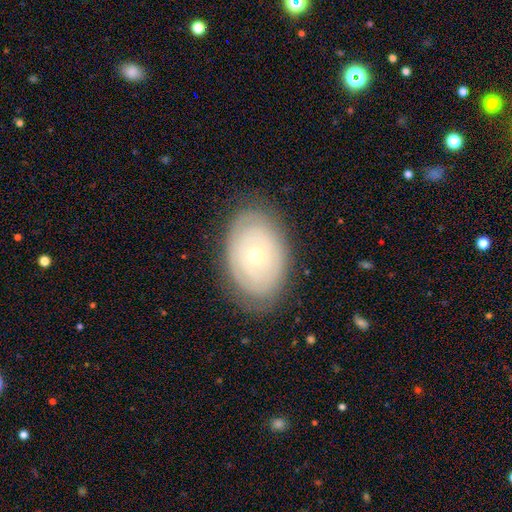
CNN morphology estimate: featured or disk 57%, smooth 36%, star or artifact 7%. Down the decision tree: edge-on disk — no (93%); bar — no (90%); spiral arms — no (55%); bulge size — small (66%); merging — none (80%).